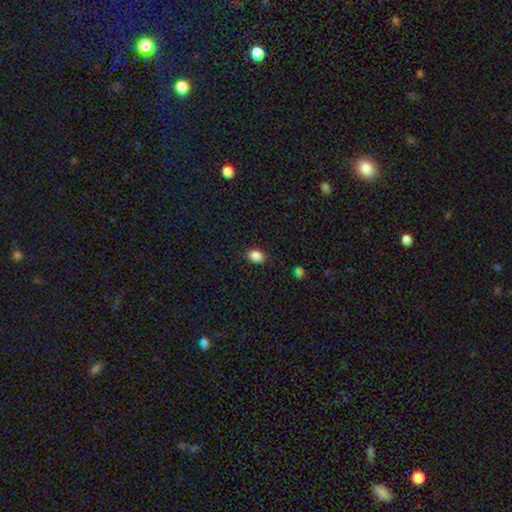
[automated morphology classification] Overall: smooth (86%). How rounded: in between (68%; round 31%). Merging: none (85%).